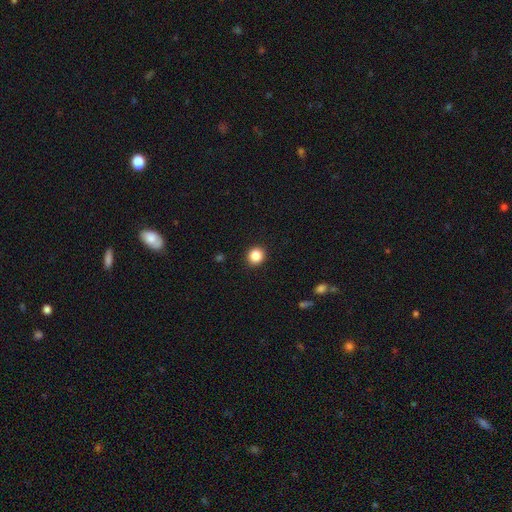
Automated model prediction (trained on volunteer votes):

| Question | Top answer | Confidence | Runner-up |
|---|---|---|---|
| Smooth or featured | smooth | 86% | star or artifact (10%) |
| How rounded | round | 91% | in between (8%) |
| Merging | none | 93% | minor disturbance (5%) |